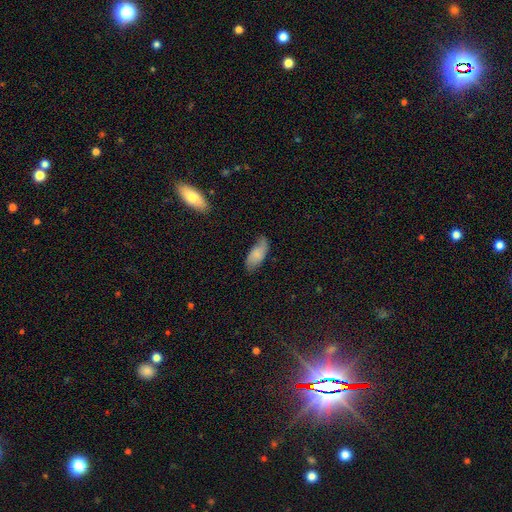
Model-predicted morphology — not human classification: A smooth galaxy with no disk features (71%) that is in between round and cigar-shaped (85%). Merging: none (65%).